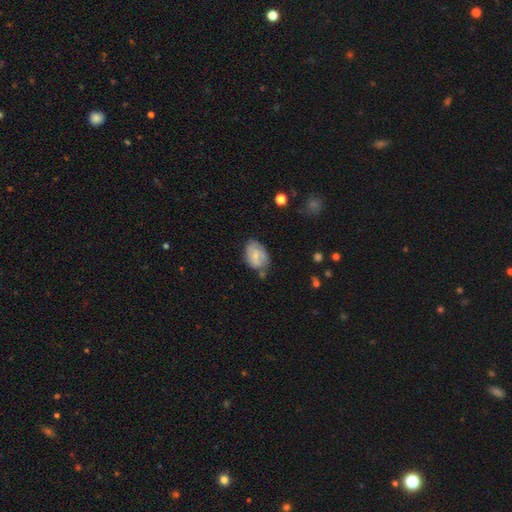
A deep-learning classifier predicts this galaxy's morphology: A smooth galaxy with no disk features (48%). Merging: none (57%).